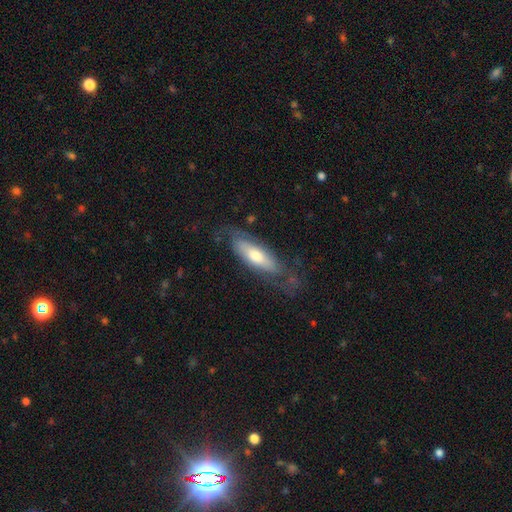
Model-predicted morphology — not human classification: smooth_or_featured: featured or disk (p=0.51) [alt: smooth p=0.43]
disk_edge_on: no (p=0.64) [alt: yes p=0.36]
merging: none (p=0.64) [alt: minor disturbance p=0.22]